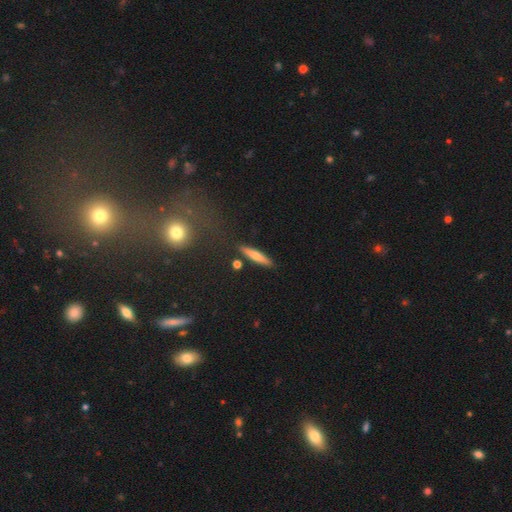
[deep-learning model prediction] This appears to be a smooth galaxy with no disk features (64%) that is cigar-shaped (86%). Merging: none (86%).